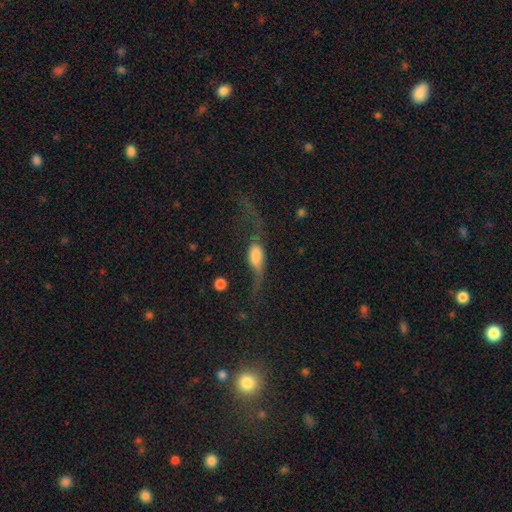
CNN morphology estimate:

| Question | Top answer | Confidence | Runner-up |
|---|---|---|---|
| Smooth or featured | smooth | 47% | featured or disk (44%) |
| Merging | major disturbance | 52% | none (24%) |